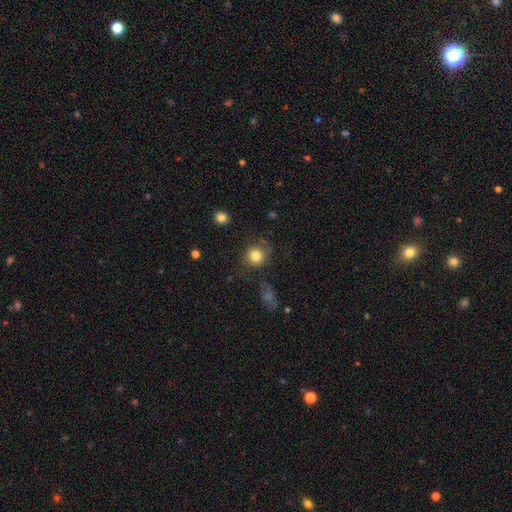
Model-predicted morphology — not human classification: smooth-or-featured: smooth: 82% | star or artifact: 10% | featured or disk: 8%
  how-rounded: round: 88% | in between: 11% | cigar-shaped: 1%
  merging: none: 75% | minor disturbance: 15% | major disturbance: 7% | merger: 3%